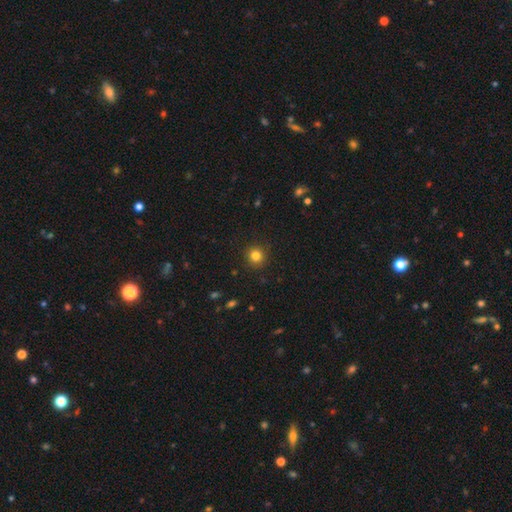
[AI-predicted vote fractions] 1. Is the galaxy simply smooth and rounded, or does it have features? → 82% smooth, 12% star or artifact, 6% featured or disk.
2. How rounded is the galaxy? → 93% round, 7% in between, 1% cigar-shaped.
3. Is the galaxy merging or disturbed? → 91% none, 6% minor disturbance, 2% major disturbance, 1% merger.